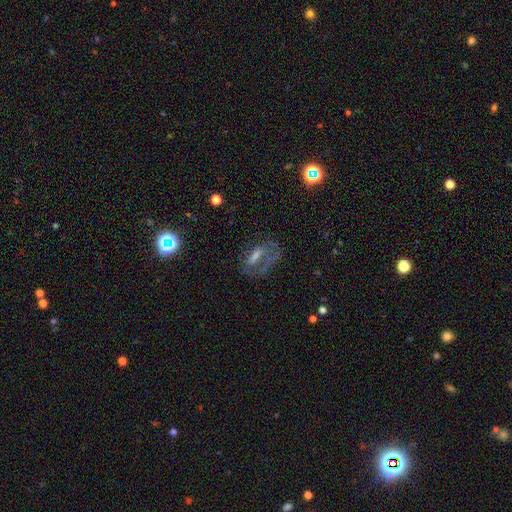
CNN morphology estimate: smooth-or-featured: featured or disk: 48% | smooth: 31% | star or artifact: 21%
  merging: none: 48% | major disturbance: 29% | minor disturbance: 20% | merger: 3%